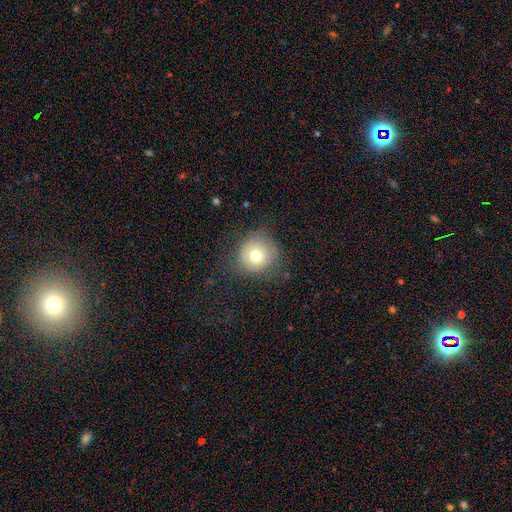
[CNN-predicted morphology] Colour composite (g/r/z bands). It shows a smooth galaxy with no disk features (71%) that is round (91%). Merging: none (79%).